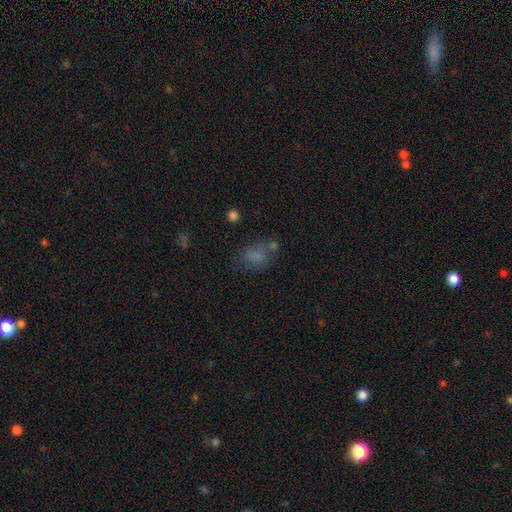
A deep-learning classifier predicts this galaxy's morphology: The model was most divided on "how rounded": in between: 60%, round: 39%, cigar-shaped: 2%. Remaining: smooth or featured — smooth (68%); merging — none (50%).